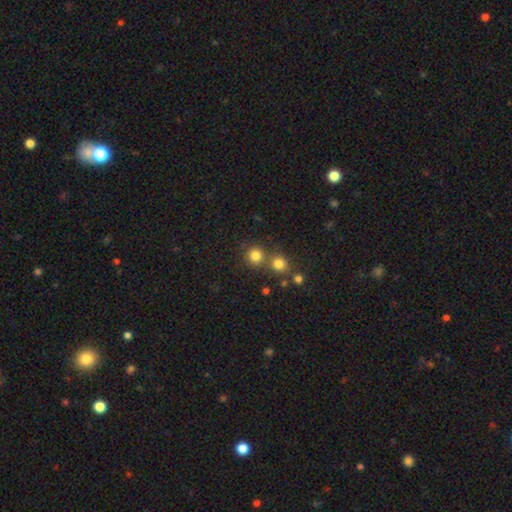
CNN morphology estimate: This appears to be a smooth galaxy with no disk features (80%) that is round (91%). Merging: none (67%).